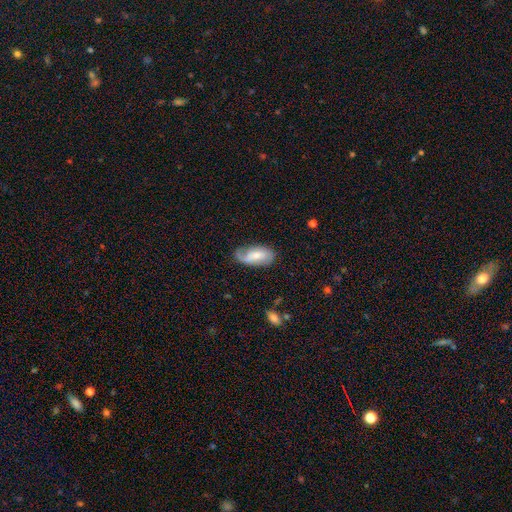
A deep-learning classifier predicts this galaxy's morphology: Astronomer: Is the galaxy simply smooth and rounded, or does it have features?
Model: featured or disk — 56% (runner-up: smooth, 37%).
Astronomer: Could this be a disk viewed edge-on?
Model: no — 94%.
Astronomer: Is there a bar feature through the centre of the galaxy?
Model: no — 43% (runner-up: weak, 41%).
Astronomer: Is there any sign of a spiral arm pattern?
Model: yes — 87%.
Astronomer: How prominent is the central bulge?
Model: small — 43% (runner-up: moderate, 42%).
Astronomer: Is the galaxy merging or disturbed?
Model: none — 59%.